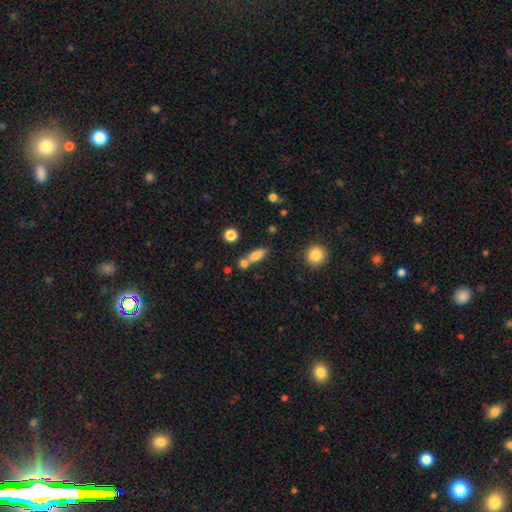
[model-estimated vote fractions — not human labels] smooth-or-featured: smooth: 75% | featured or disk: 15% | star or artifact: 10%
  how-rounded: in between: 63% | cigar-shaped: 30% | round: 7%
  merging: none: 48% | merger: 36% | minor disturbance: 11% | major disturbance: 5%